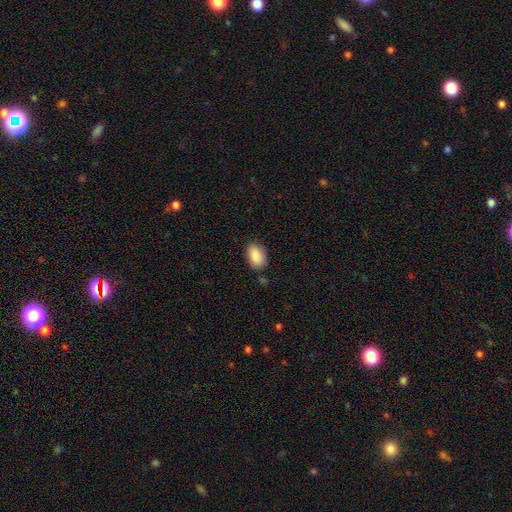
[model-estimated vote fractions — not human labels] Smooth or featured? Predicted: smooth (p=0.89). How rounded? Predicted: in between (p=0.91). Merging? Predicted: none (p=0.80).